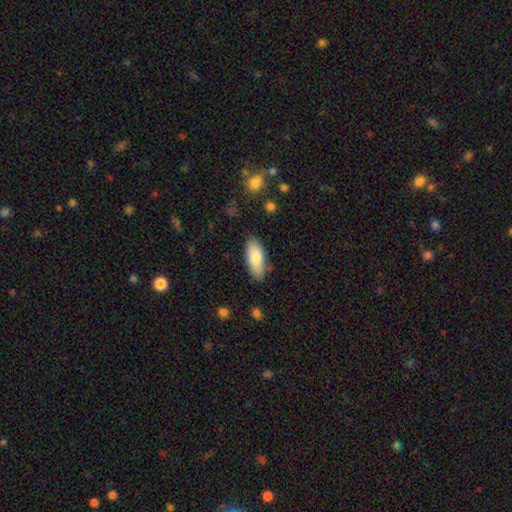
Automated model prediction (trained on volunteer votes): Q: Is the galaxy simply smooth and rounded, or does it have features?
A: smooth — 82%.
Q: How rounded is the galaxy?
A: in between — 80%.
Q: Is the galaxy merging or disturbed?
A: none — 83%.